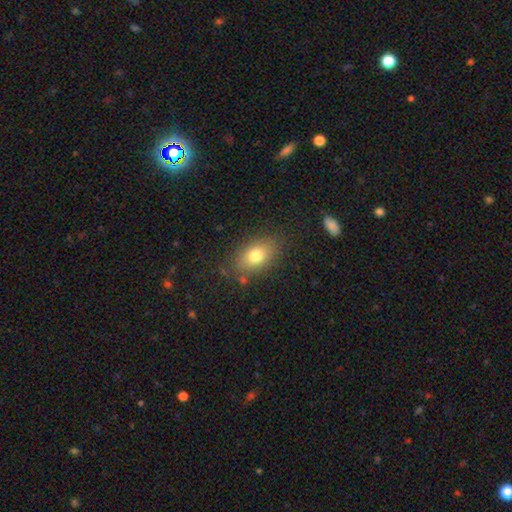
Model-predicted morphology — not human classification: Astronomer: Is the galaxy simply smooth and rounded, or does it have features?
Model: smooth — 76%.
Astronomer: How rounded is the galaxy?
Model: in between — 81%.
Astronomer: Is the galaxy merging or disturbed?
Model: none — 80%.